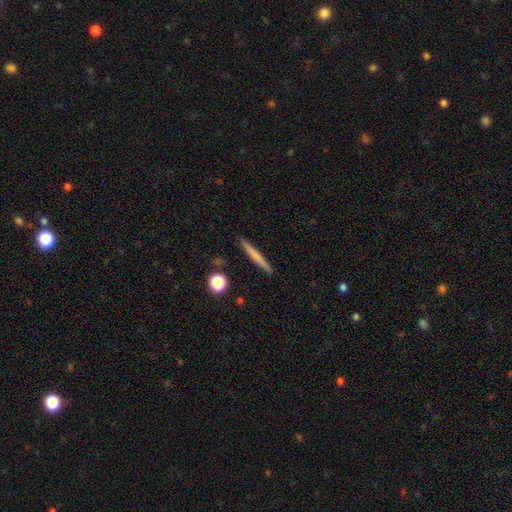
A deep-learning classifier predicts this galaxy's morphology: The model was most divided on "smooth or featured": smooth: 64%, featured or disk: 30%, star or artifact: 6%. More confident: how rounded — cigar-shaped (96%); merging — none (92%).